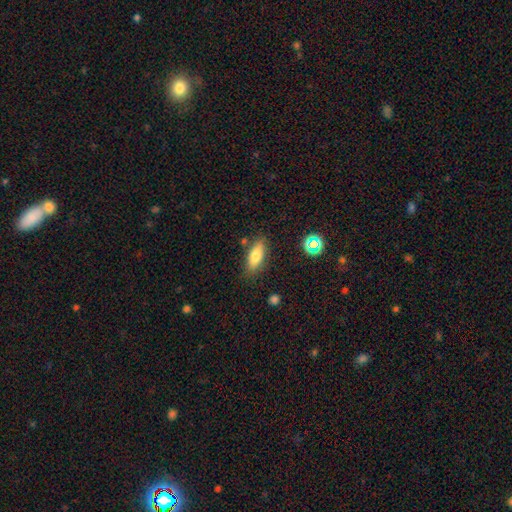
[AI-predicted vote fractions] Smooth or featured? smooth (75%)
How rounded? in between (75%)
Merging? none (81%)